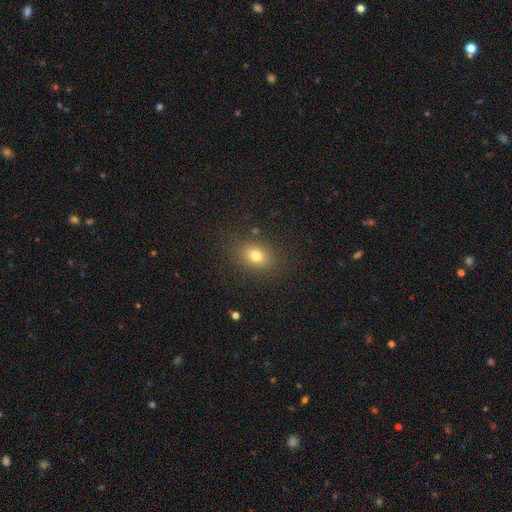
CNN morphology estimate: smooth 76%, star or artifact 13%, featured or disk 11%. Down the decision tree: how rounded — in between (66%); merging — none (85%).